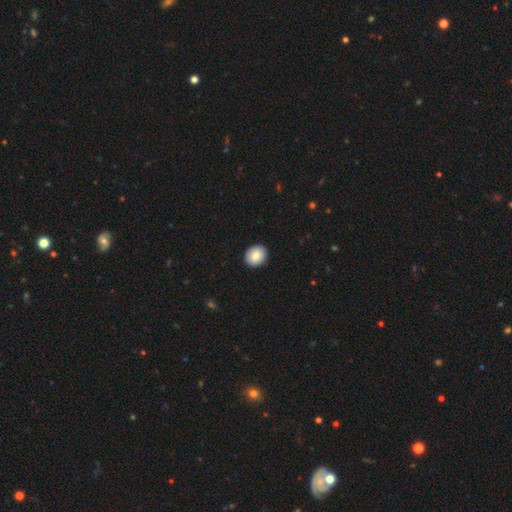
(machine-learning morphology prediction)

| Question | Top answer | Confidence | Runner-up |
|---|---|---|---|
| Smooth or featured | smooth | 85% | featured or disk (8%) |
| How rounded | round | 64% | in between (35%) |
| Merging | none | 92% | minor disturbance (6%) |